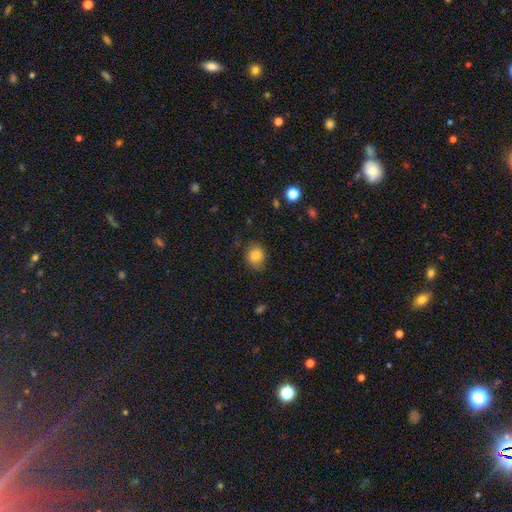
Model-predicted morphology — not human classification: smooth 82%, star or artifact 10%, featured or disk 8%. Down the decision tree: how rounded — round (73%); merging — none (75%).